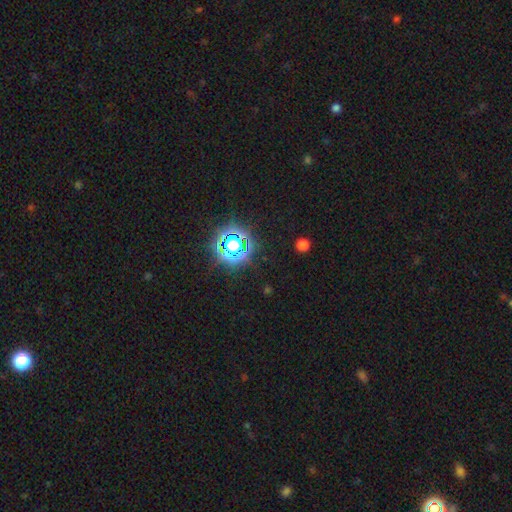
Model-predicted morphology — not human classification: A star or artifact, not a galaxy (80%).